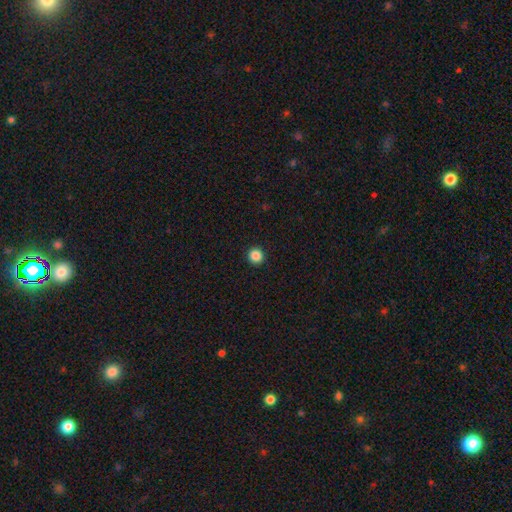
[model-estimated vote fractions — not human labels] A smooth galaxy with no disk features (87%) that is round (95%). Merging: none (94%).